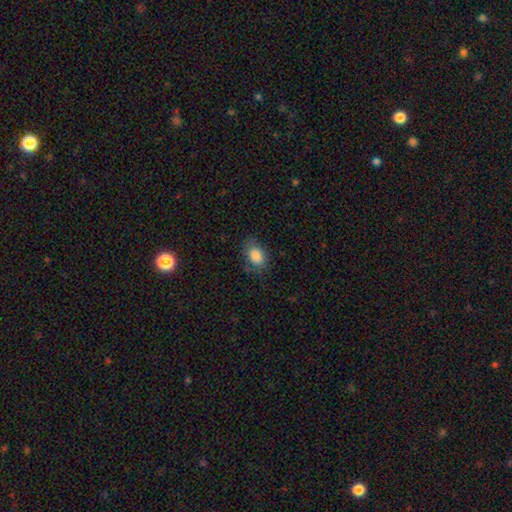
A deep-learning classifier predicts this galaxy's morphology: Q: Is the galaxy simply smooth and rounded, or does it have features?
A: smooth — 85%.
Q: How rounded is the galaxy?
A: in between — 82%.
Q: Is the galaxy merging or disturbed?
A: none — 72%.